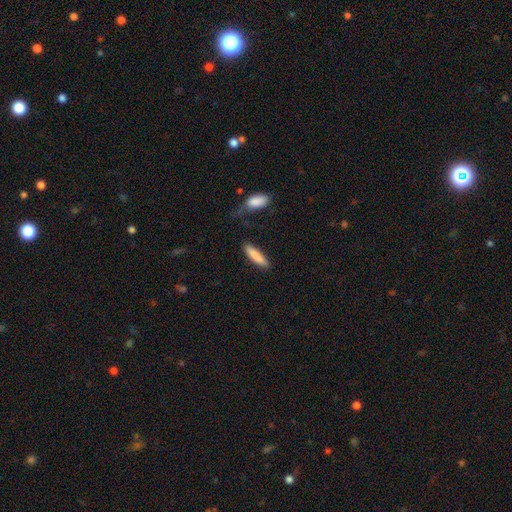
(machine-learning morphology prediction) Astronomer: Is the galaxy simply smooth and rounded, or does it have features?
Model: smooth — 85%.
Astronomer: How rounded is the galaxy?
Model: cigar-shaped — 77%.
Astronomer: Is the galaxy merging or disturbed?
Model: none — 82%.